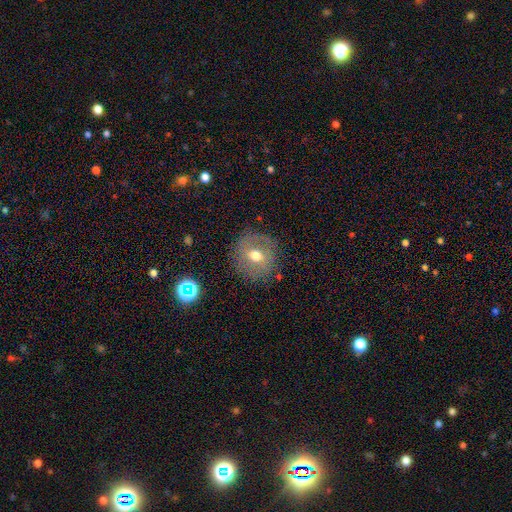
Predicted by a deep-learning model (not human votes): Overall: smooth (49%; featured or disk 41%). Merging: none (81%).